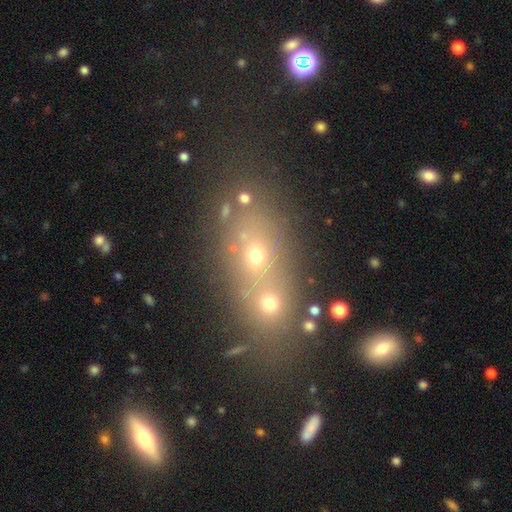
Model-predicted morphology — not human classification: type=smooth (42%); merging=none (50%).